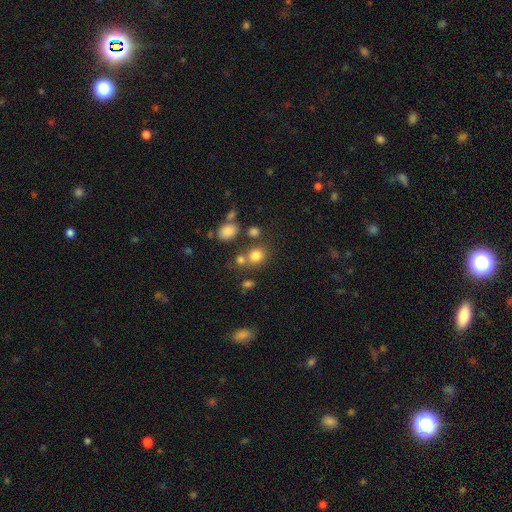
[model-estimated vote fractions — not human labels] Overall: smooth (78%). How rounded: round (74%). Merging: none (64%).